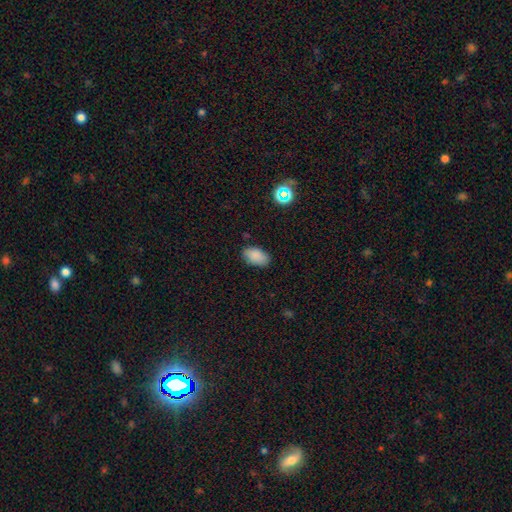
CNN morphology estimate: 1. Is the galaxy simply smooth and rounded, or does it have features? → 87% smooth, 9% star or artifact, 4% featured or disk.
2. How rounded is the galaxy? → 93% in between, 6% round, 2% cigar-shaped.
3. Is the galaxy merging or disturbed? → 83% none, 13% minor disturbance, 3% major disturbance, 1% merger.